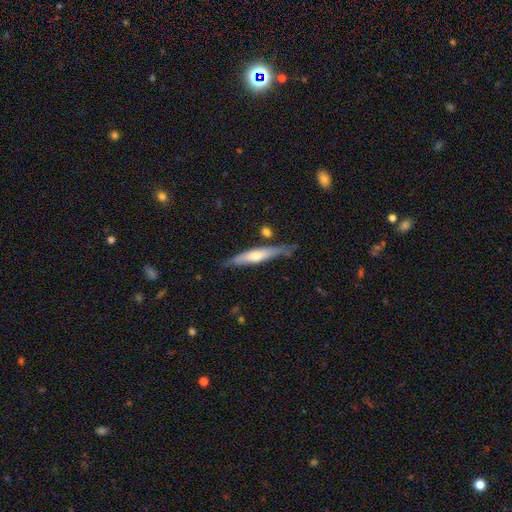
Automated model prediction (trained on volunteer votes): Morphology: type=featured or disk (52%); edge-on=yes (89%); merging=none (75%).